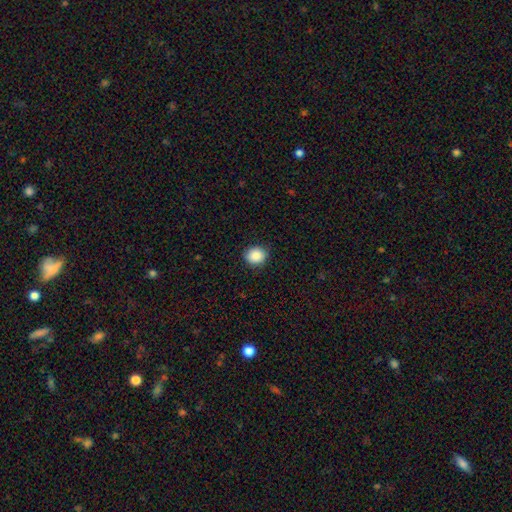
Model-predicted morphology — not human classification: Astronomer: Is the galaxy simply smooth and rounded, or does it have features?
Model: smooth — 88%.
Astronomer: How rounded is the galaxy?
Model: round — 74%.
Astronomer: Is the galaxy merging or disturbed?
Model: none — 87%.